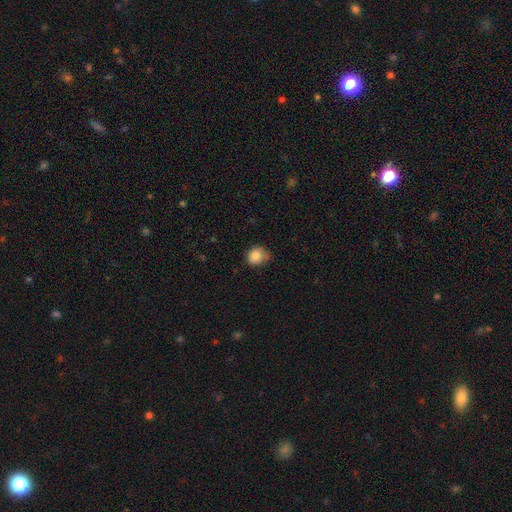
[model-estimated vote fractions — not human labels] Smooth or featured?
  - smooth: 86% *
  - star or artifact: 9%
  - featured or disk: 5%
How rounded?
  - round: 75% *
  - in between: 24%
  - cigar-shaped: 1%
Merging?
  - none: 58% *
  - minor disturbance: 32%
  - major disturbance: 7%
  - merger: 3%